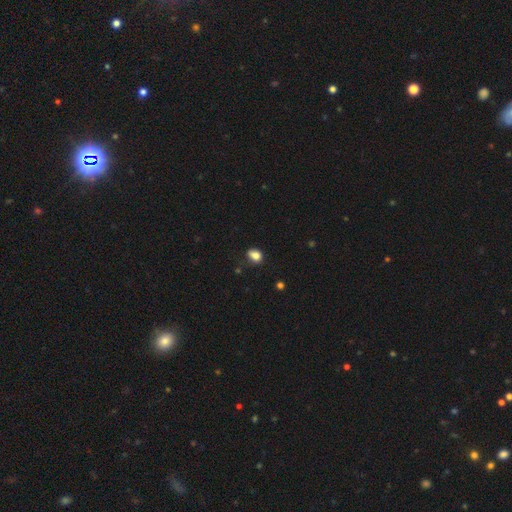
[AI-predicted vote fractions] The model was most divided on "how rounded": in between: 65%, round: 33%, cigar-shaped: 1%. More confident: smooth or featured — smooth (83%); merging — none (62%).